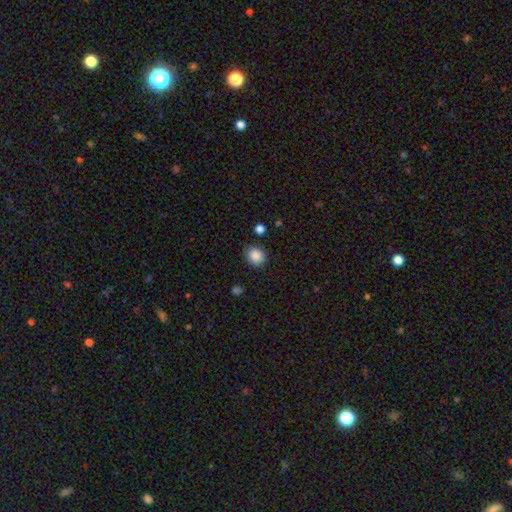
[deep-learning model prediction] Smooth or featured? smooth (87%)
How rounded? round (75%)
Merging? none (86%)